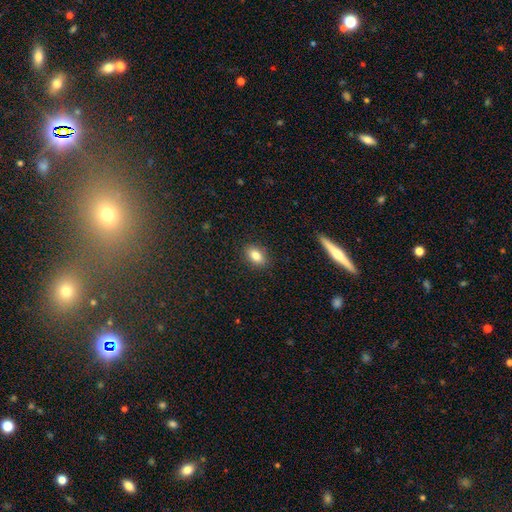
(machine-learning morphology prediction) type=smooth (82%); roundness=in between (84%); merging=none (88%).